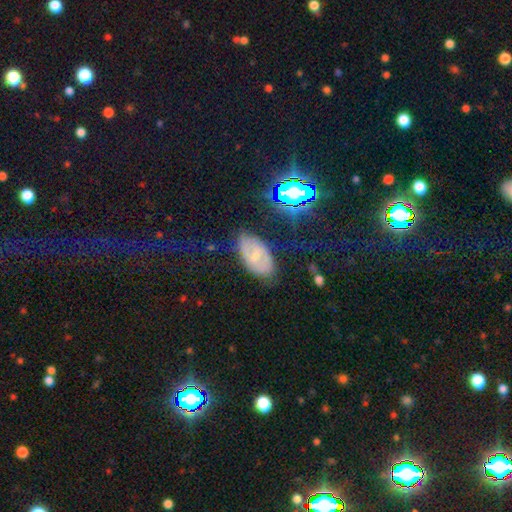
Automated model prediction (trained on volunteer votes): smooth_or_featured: featured or disk (p=0.44) [alt: smooth p=0.39]
merging: none (p=0.72) [alt: minor disturbance p=0.19]